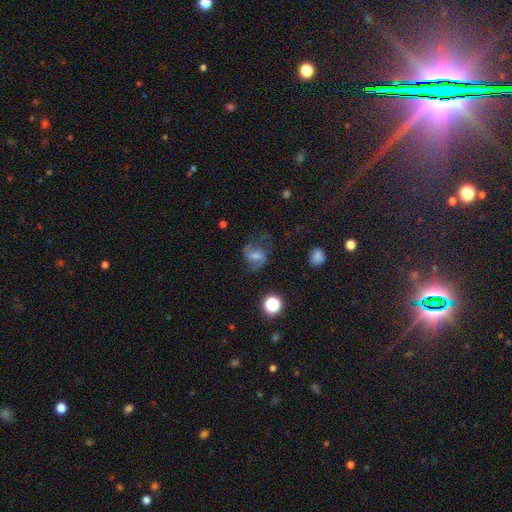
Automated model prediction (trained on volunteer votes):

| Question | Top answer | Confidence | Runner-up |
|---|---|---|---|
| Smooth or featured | featured or disk | 59% | smooth (28%) |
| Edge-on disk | no | 97% | yes (3%) |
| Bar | weak | 47% | no (36%) |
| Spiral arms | yes | 88% | no (12%) |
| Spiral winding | loose | 45% | medium (43%) |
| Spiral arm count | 2 | 84% | can't tell (7%) |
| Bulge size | moderate | 39% | small (32%) |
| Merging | none | 59% | minor disturbance (20%) |